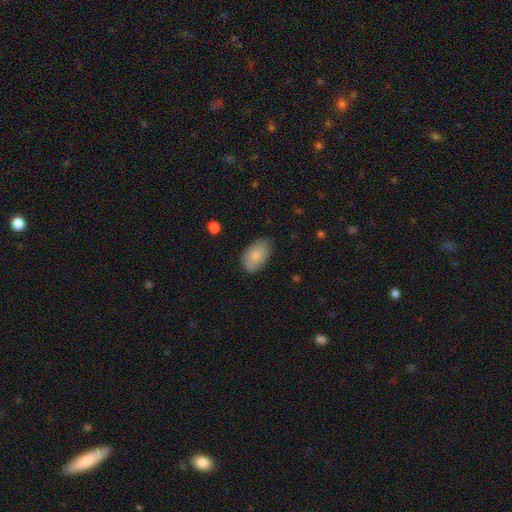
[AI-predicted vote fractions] Smooth or featured: smooth — 82% (featured or disk — 12%)
How rounded: in between — 93% (round — 6%)
Merging: none — 70% (minor disturbance — 24%)